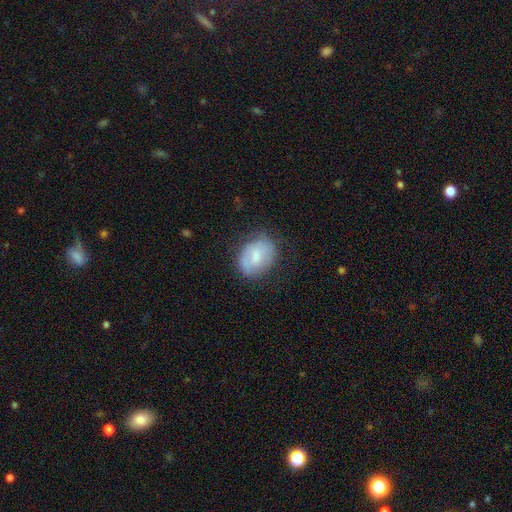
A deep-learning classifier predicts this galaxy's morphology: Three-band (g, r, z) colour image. It shows a smooth galaxy with no disk features (63%) that is in between round and cigar-shaped (65%). Merging: none (65%).